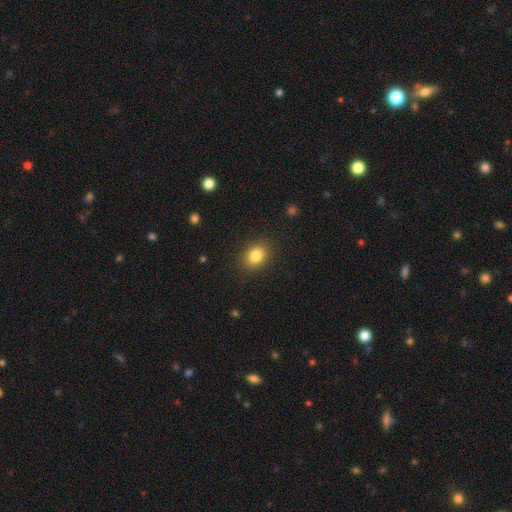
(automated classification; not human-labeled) This appears to be a smooth galaxy with no disk features (83%) that is round (51%). Merging: none (87%).